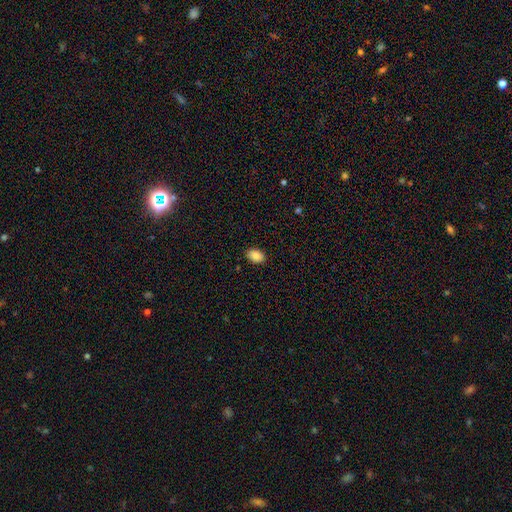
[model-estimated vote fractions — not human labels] Smooth or featured?
  - smooth: 87% *
  - star or artifact: 8%
  - featured or disk: 5%
How rounded?
  - in between: 82% *
  - round: 17%
  - cigar-shaped: 1%
Merging?
  - none: 89% *
  - minor disturbance: 8%
  - major disturbance: 2%
  - merger: 1%